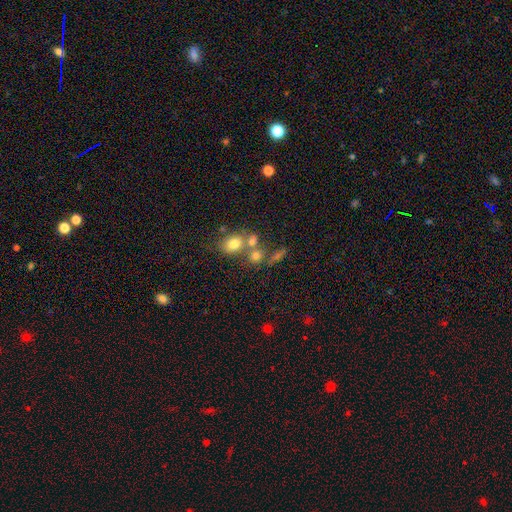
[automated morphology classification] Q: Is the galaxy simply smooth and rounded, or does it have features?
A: smooth — 69%.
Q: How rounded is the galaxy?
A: round — 57%.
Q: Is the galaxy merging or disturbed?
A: merger — 46%.